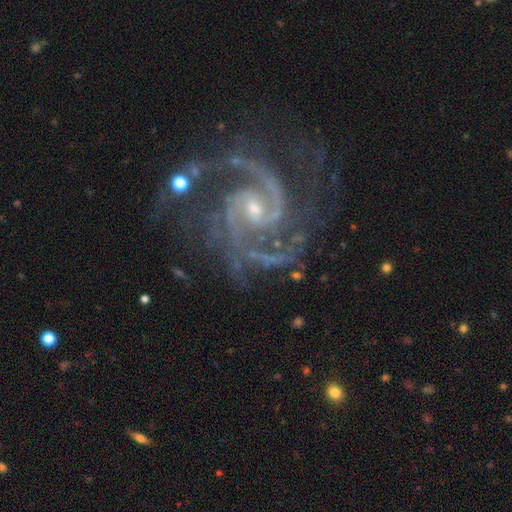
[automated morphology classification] This appears to be a featured or disk galaxy (93%) with no bar (43%), 2 (56%) medium (53%) spiral arms (99%) and a small central bulge (62%). Merging: none (65%).